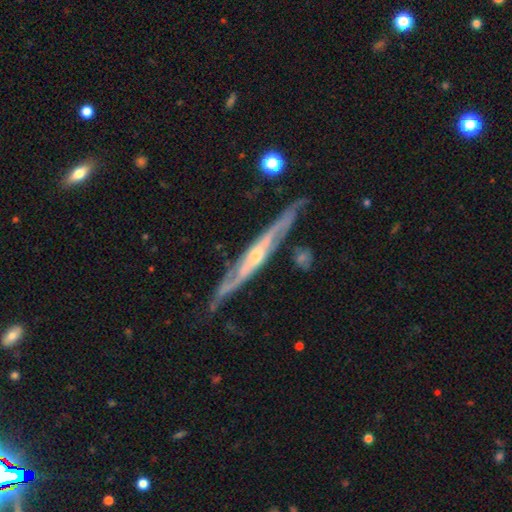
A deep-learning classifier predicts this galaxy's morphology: smooth-or-featured: featured or disk: 85% | smooth: 10% | star or artifact: 5%
  disk-edge-on: yes: 81% | no: 19%
    edge-on-bulge: rounded: 68% | none: 27% | boxy: 5%
  merging: none: 75% | minor disturbance: 18% | major disturbance: 4% | merger: 3%